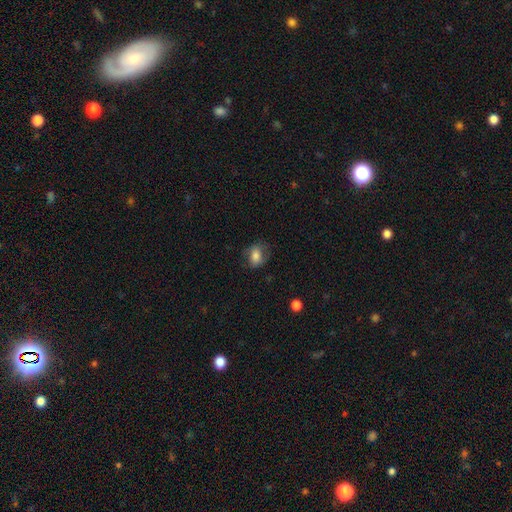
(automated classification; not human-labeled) Smooth or featured?
  - smooth: 74% *
  - featured or disk: 17%
  - star or artifact: 9%
How rounded?
  - in between: 65% *
  - round: 33%
  - cigar-shaped: 1%
Merging?
  - none: 65% *
  - minor disturbance: 22%
  - major disturbance: 11%
  - merger: 1%